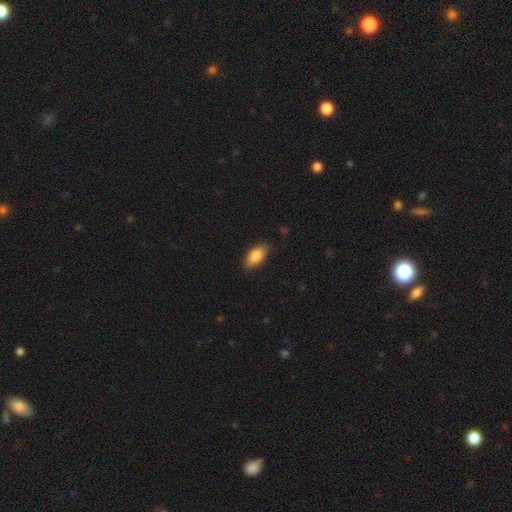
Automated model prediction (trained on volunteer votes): smooth-or-featured: smooth: 86% | featured or disk: 8% | star or artifact: 6%
  how-rounded: in between: 91% | cigar-shaped: 7% | round: 3%
  merging: none: 84% | minor disturbance: 12% | major disturbance: 2% | merger: 1%